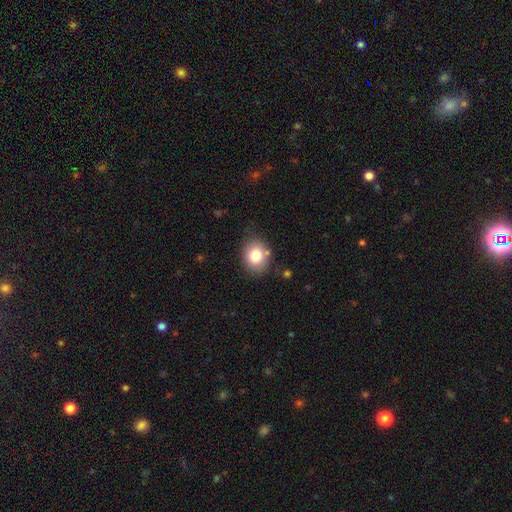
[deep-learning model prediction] The model was most divided on "how rounded": round: 55%, in between: 44%, cigar-shaped: 1%. More confident: smooth or featured — smooth (80%); merging — none (78%).